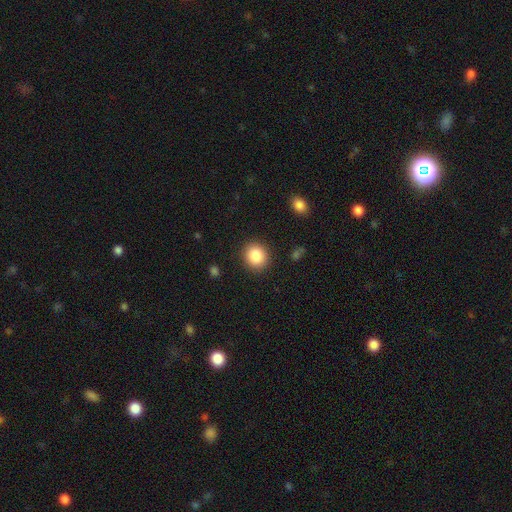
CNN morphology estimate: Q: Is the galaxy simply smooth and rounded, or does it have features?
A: smooth — 87%.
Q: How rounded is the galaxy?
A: round — 82%.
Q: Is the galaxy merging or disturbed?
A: none — 90%.